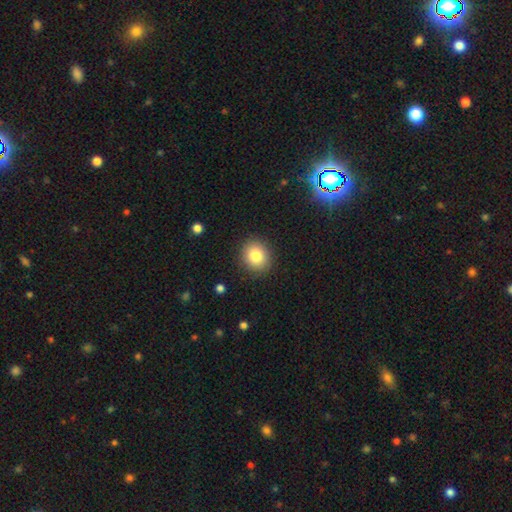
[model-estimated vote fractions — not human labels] smooth_or_featured: smooth (p=0.82) [alt: star or artifact p=0.10]
how_rounded: round (p=0.78) [alt: in between p=0.21]
merging: none (p=0.90) [alt: minor disturbance p=0.07]